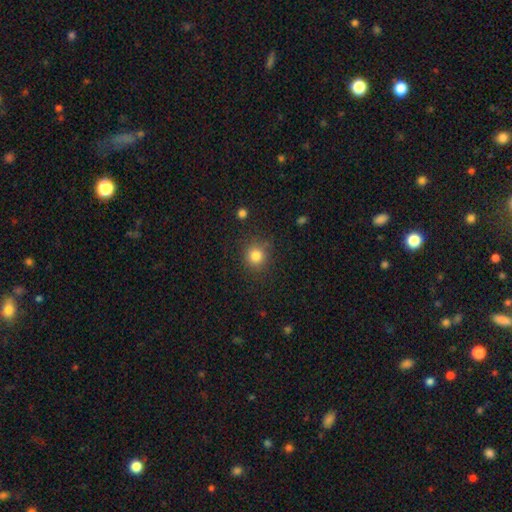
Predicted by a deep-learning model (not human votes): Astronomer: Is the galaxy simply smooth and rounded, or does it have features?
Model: smooth — 82%.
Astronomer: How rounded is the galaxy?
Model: round — 90%.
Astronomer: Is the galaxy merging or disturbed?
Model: none — 85%.